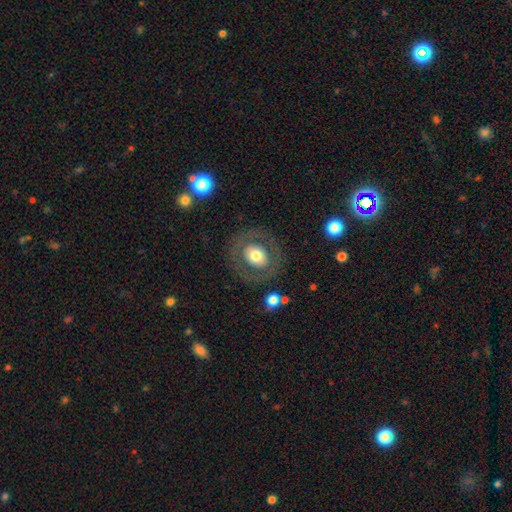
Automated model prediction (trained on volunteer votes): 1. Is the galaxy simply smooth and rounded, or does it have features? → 53% smooth, 40% featured or disk, 7% star or artifact.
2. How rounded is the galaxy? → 76% round, 23% in between, 1% cigar-shaped.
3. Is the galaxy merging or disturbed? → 82% none, 9% minor disturbance, 7% major disturbance, 2% merger.